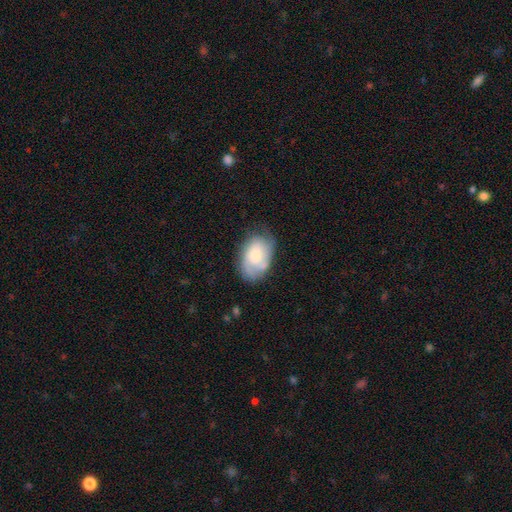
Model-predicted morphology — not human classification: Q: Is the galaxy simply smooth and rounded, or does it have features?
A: smooth — 47%.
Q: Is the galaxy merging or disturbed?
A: none — 58%.